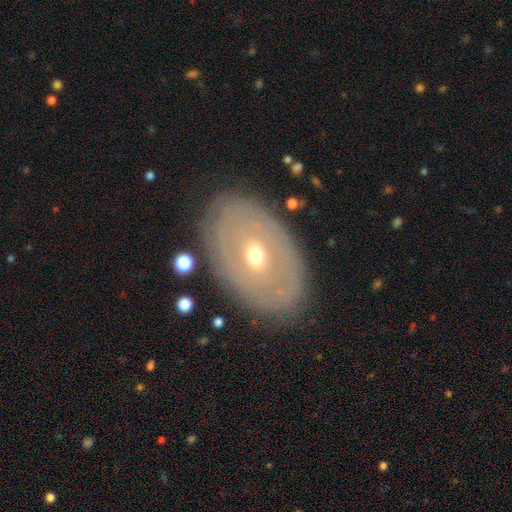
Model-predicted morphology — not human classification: Overall: featured or disk (61%; smooth 32%). Edge-on disk: no (90%). Bar: no (63%; weak 27%). Spiral arms: no (71%). Bulge size: moderate (53%; small 42%). Merging: none (81%).